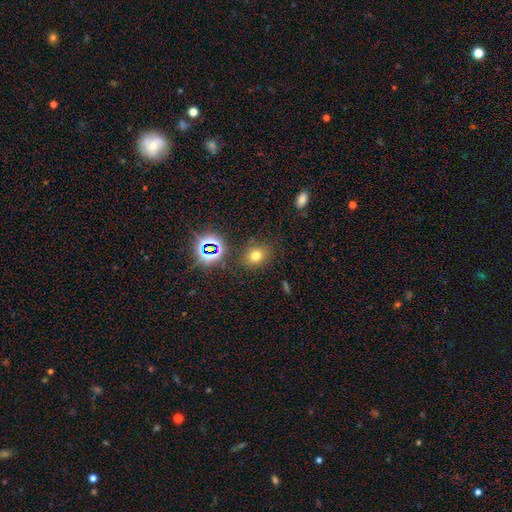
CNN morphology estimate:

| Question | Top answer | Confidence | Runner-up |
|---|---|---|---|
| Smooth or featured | smooth | 67% | star or artifact (23%) |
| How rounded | in between | 50% | round (49%) |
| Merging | none | 81% | minor disturbance (11%) |